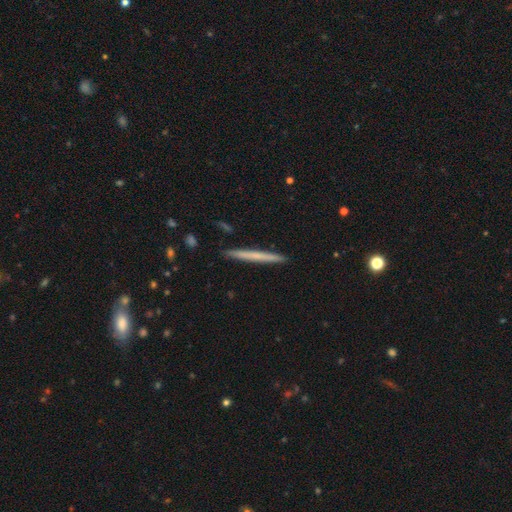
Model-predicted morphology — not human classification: A smooth galaxy with no disk features (55%) that is cigar-shaped (97%). Merging: none (92%).